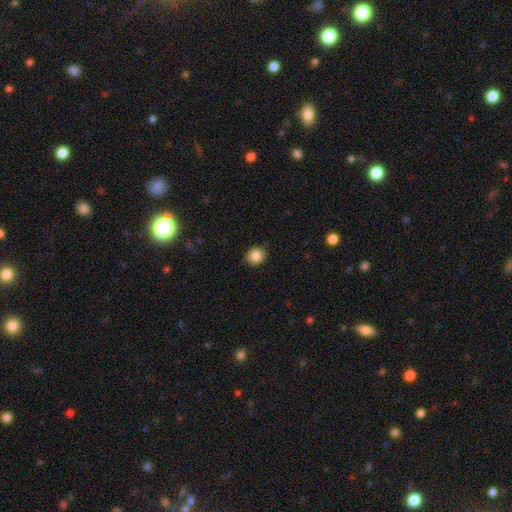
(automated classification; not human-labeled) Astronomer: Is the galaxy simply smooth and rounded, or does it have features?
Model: smooth — 85%.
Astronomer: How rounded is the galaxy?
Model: round — 72%.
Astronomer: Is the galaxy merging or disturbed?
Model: none — 88%.